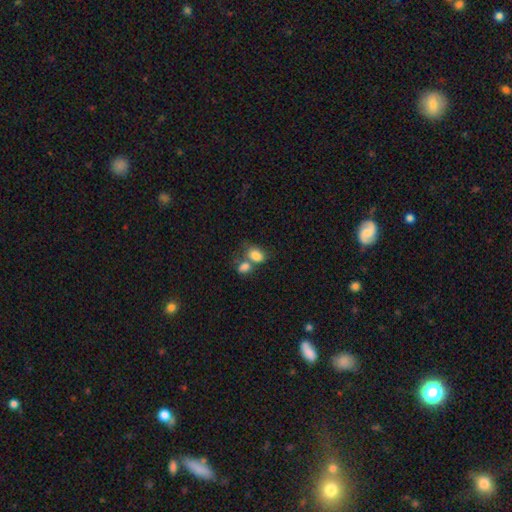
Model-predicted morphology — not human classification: smooth 82%, featured or disk 9%, star or artifact 9%. Down the decision tree: how rounded — in between (82%); merging — merger (51%).